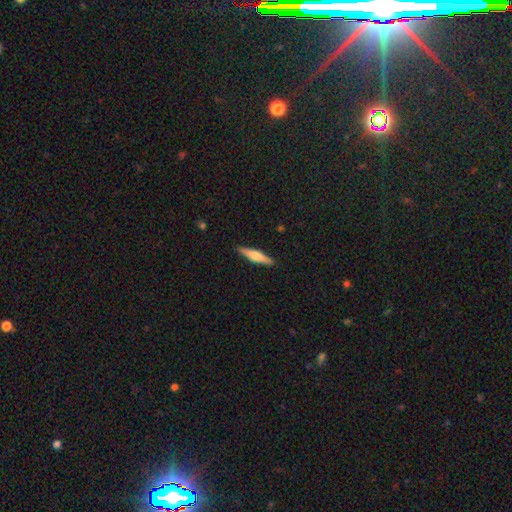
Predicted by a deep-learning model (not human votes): Smooth or featured: smooth — 51% (featured or disk — 43%)
How rounded: cigar-shaped — 85% (in between — 14%)
Merging: none — 90% (minor disturbance — 7%)